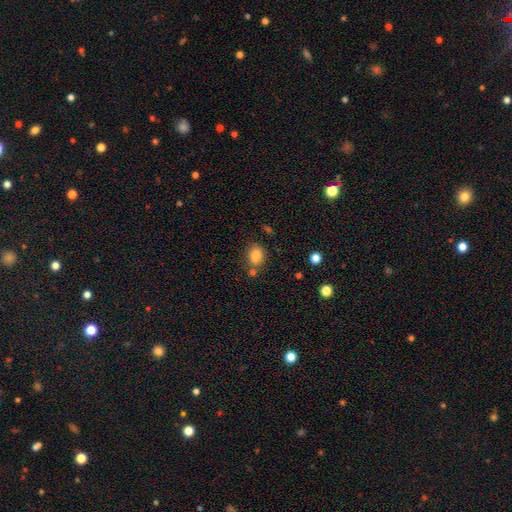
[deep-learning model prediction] Morphology: type=smooth (83%); roundness=in between (69%); merging=none (63%).